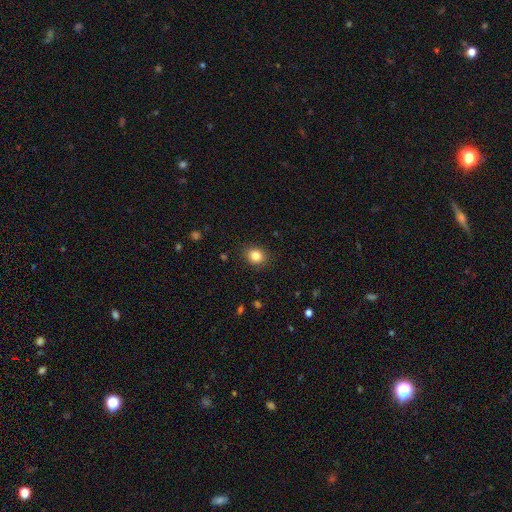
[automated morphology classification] A smooth galaxy with no disk features (84%) that is round (71%).

Vote fractions:
- Smooth or featured? smooth: 84% / star or artifact: 11% / featured or disk: 5%
- How rounded? round: 71% / in between: 28% / cigar-shaped: 1%
- Merging? none: 88% / minor disturbance: 8% / major disturbance: 2% / merger: 1%